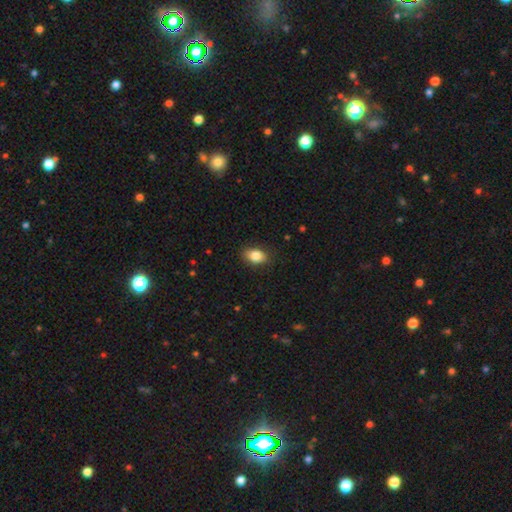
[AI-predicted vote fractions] This appears to be a smooth galaxy with no disk features (85%) that is in between round and cigar-shaped (81%). Merging: none (83%).